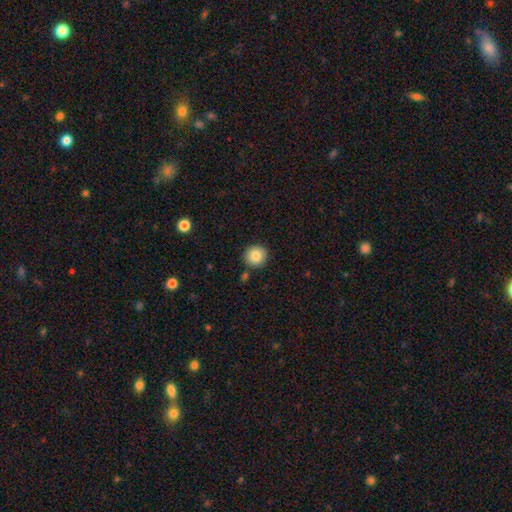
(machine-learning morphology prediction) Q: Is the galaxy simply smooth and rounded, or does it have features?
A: smooth — 85%.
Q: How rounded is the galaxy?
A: round — 92%.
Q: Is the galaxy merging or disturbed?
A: none — 87%.